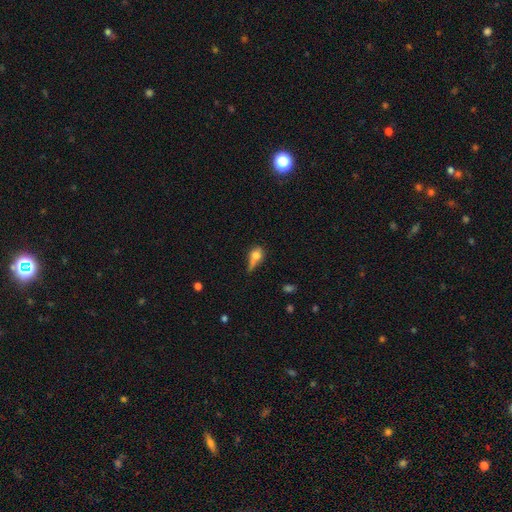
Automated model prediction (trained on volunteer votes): Smooth or featured? Predicted: smooth (p=0.67). How rounded? Predicted: in between (p=0.52). Merging? Predicted: none (p=0.31).